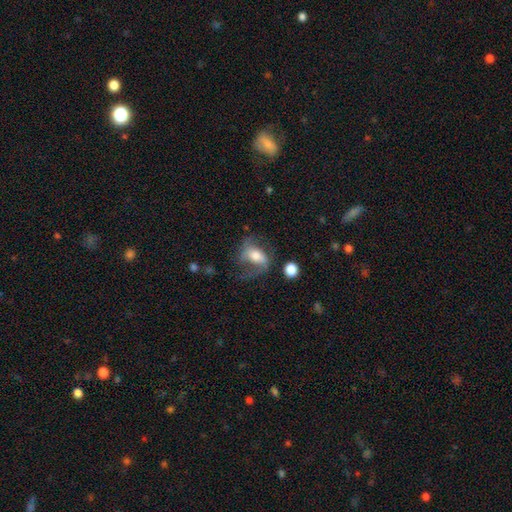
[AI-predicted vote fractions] Q: Smooth or featured?
A: featured or disk (53%); runner-up: smooth (39%)
Q: Edge-on disk?
A: no (92%); runner-up: yes (8%)
Q: Merging?
A: none (43%); runner-up: major disturbance (30%)